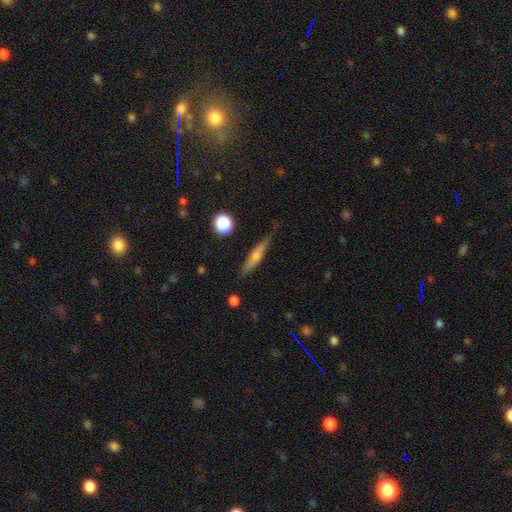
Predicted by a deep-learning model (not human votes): Smooth or featured?
  - smooth: 51% *
  - featured or disk: 41%
  - star or artifact: 8%
How rounded?
  - cigar-shaped: 83% *
  - in between: 13%
  - round: 4%
Merging?
  - none: 76% *
  - minor disturbance: 17%
  - major disturbance: 4%
  - merger: 3%